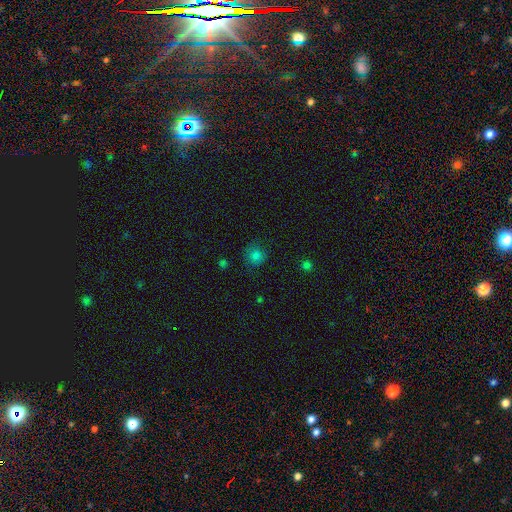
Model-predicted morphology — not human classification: A smooth galaxy with no disk features (78%) that is round (89%).

Vote fractions:
- Smooth or featured? smooth: 78% / star or artifact: 16% / featured or disk: 6%
- How rounded? round: 89% / in between: 10% / cigar-shaped: 1%
- Merging? none: 81% / minor disturbance: 14% / major disturbance: 4% / merger: 2%